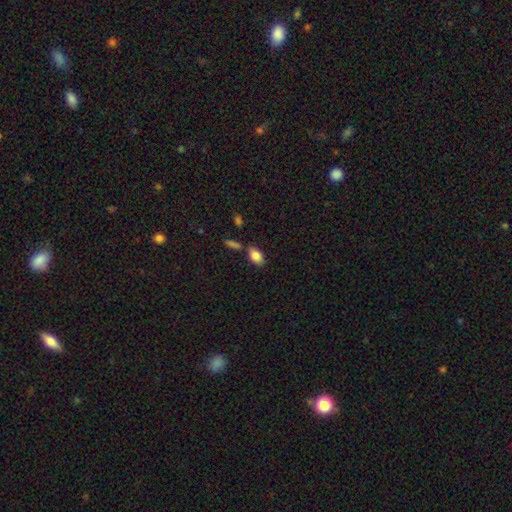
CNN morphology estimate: This appears to be a smooth galaxy with no disk features (85%) that is in between round and cigar-shaped (90%). Merging: none (70%).